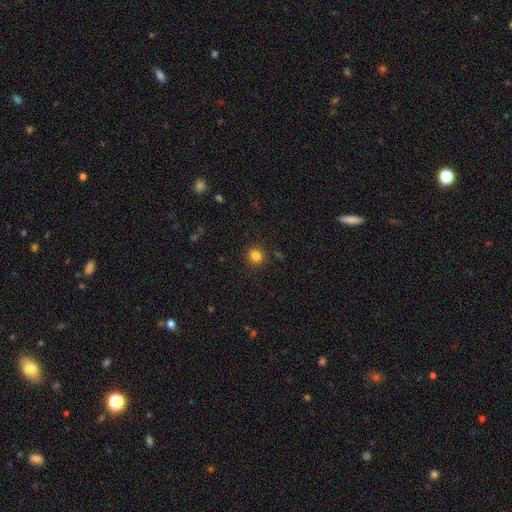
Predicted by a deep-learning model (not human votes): A smooth galaxy with no disk features (83%) that is round (88%).

Vote fractions:
- Smooth or featured? smooth: 83% / star or artifact: 12% / featured or disk: 5%
- How rounded? round: 88% / in between: 11% / cigar-shaped: 1%
- Merging? none: 90% / minor disturbance: 7% / major disturbance: 2% / merger: 1%